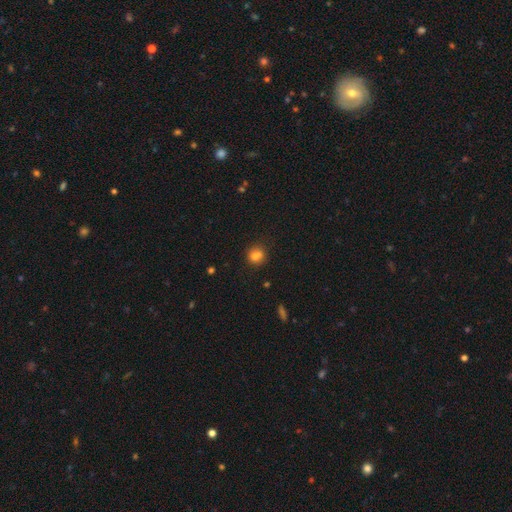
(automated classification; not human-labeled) Morphology: type=smooth (77%); roundness=round (76%); merging=none (64%).